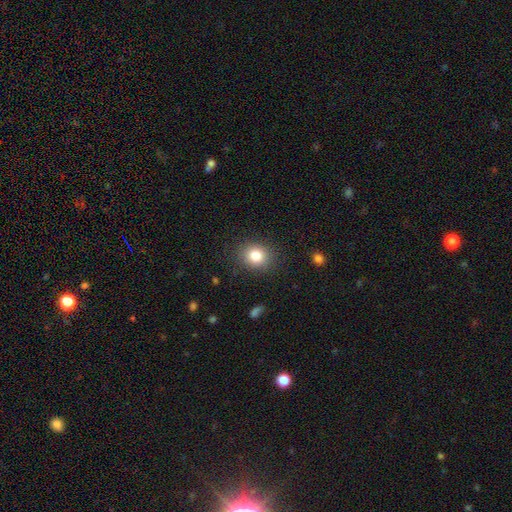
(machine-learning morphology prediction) A smooth galaxy with no disk features (83%) that is round (64%). Merging: none (86%).